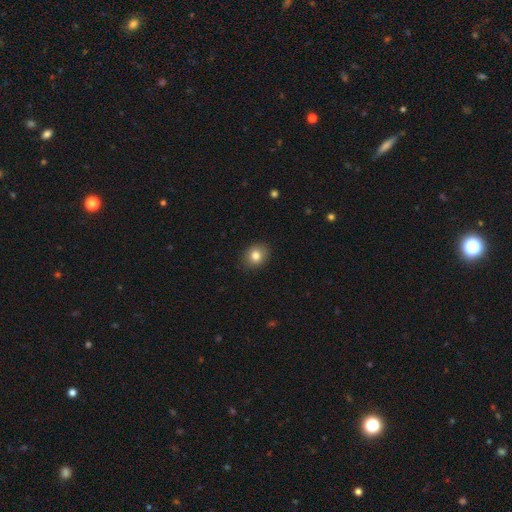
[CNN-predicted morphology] type=smooth (82%); roundness=round (61%); merging=none (87%).